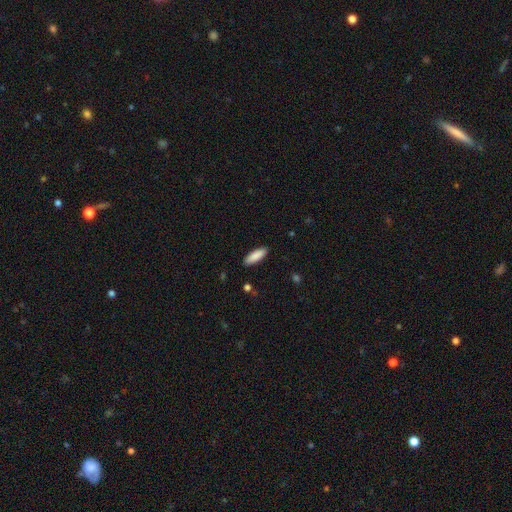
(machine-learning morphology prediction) A smooth galaxy with no disk features (88%) that is in between round and cigar-shaped (56%).

Vote fractions:
- Smooth or featured? smooth: 88% / featured or disk: 6% / star or artifact: 6%
- How rounded? in between: 56% / cigar-shaped: 42% / round: 1%
- Merging? none: 89% / minor disturbance: 8% / major disturbance: 2% / merger: 1%